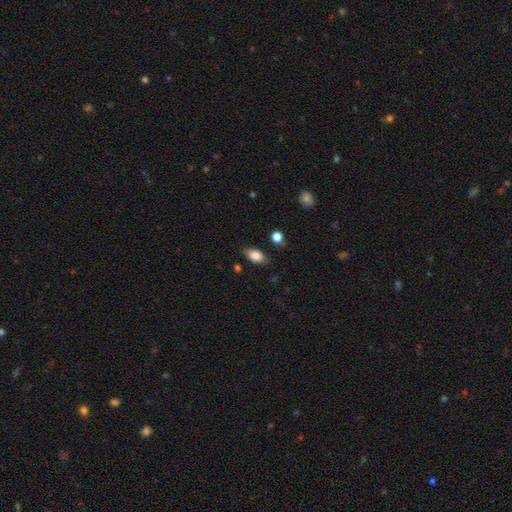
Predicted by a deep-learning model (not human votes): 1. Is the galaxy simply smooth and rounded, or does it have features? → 83% smooth, 9% featured or disk, 8% star or artifact.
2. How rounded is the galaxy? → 89% in between, 8% round, 3% cigar-shaped.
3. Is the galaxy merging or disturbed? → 79% none, 16% minor disturbance, 3% major disturbance, 2% merger.